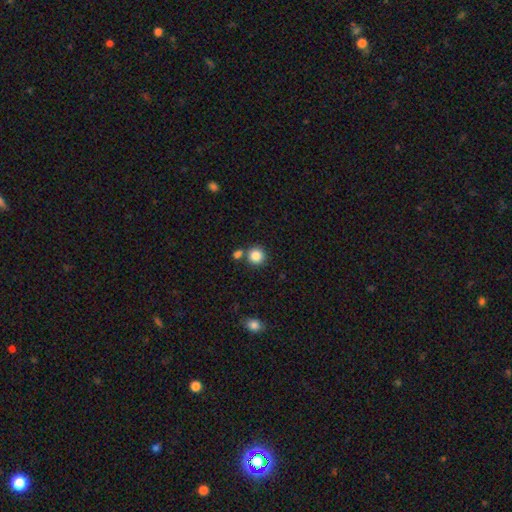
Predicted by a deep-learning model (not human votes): A smooth galaxy with no disk features (86%) that is round (92%).

Vote fractions:
- Smooth or featured? smooth: 86% / star or artifact: 10% / featured or disk: 4%
- How rounded? round: 92% / in between: 7% / cigar-shaped: 1%
- Merging? none: 75% / merger: 15% / minor disturbance: 8% / major disturbance: 3%